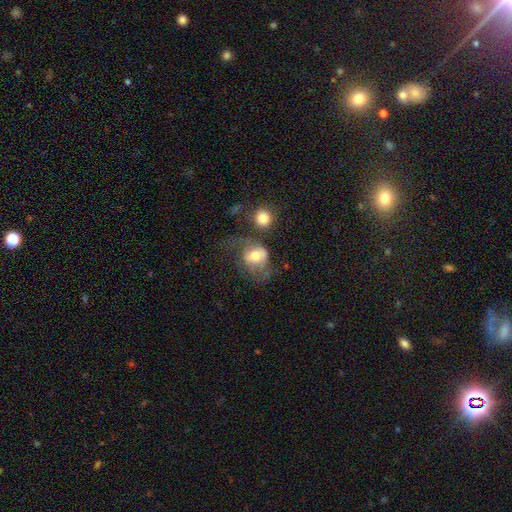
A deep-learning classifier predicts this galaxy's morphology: This appears to be a smooth galaxy with no disk features (57%) that is round (59%). Merging: major disturbance (39%).